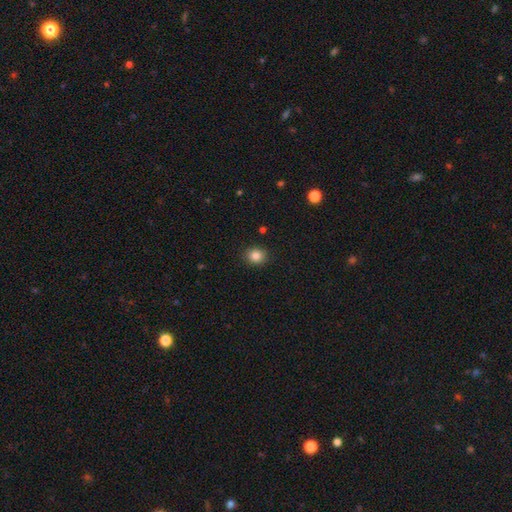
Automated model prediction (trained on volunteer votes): smooth_or_featured: smooth (p=0.85) [alt: star or artifact p=0.10]
how_rounded: round (p=0.72) [alt: in between p=0.27]
merging: none (p=0.90) [alt: minor disturbance p=0.07]